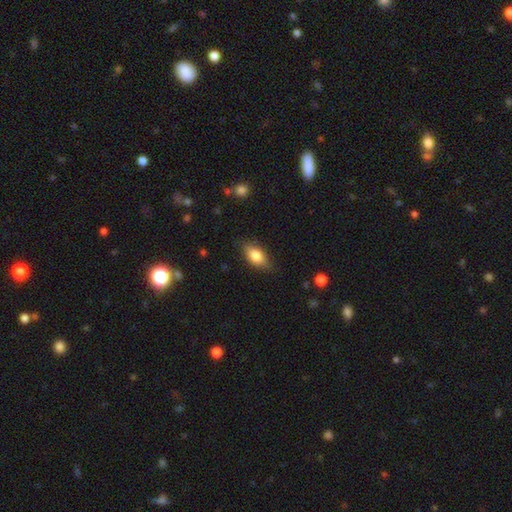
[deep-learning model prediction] Smooth or featured? Predicted: smooth (p=0.78). How rounded? Predicted: in between (p=0.86). Merging? Predicted: none (p=0.81).